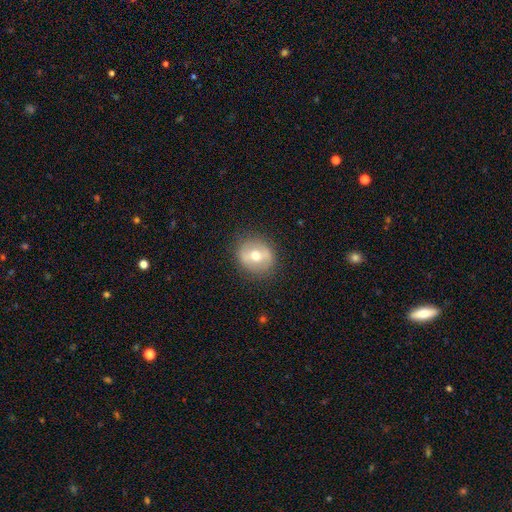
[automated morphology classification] smooth-or-featured: featured or disk: 50% | smooth: 42% | star or artifact: 8%
  merging: none: 85% | minor disturbance: 10% | major disturbance: 4% | merger: 1%